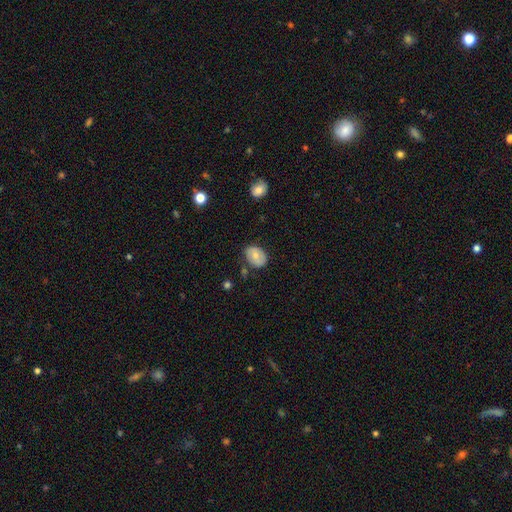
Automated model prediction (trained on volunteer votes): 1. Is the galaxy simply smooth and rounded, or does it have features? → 66% smooth, 27% featured or disk, 7% star or artifact.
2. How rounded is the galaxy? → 70% in between, 29% round, 1% cigar-shaped.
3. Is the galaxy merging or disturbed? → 71% none, 21% minor disturbance, 5% major disturbance, 4% merger.